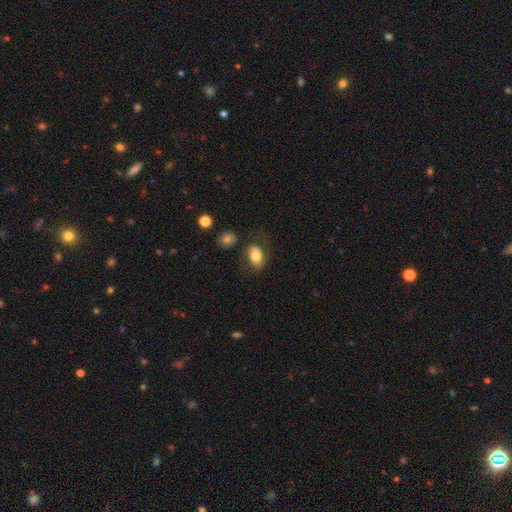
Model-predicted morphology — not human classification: smooth 70%, featured or disk 23%, star or artifact 7%. Down the decision tree: how rounded — in between (85%); merging — none (59%).